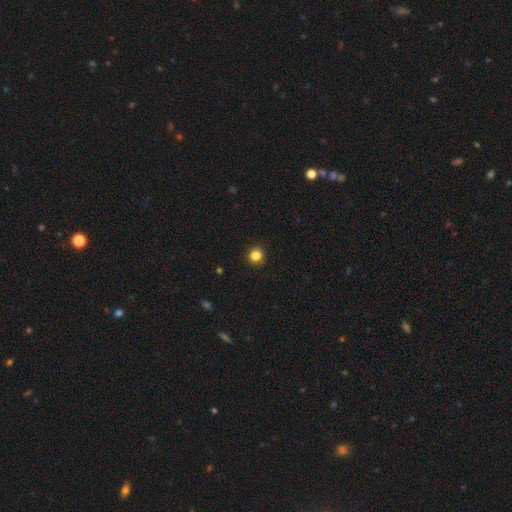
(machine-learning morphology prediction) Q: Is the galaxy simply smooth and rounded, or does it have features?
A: smooth — 84%.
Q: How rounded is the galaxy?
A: round — 91%.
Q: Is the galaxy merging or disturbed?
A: none — 91%.